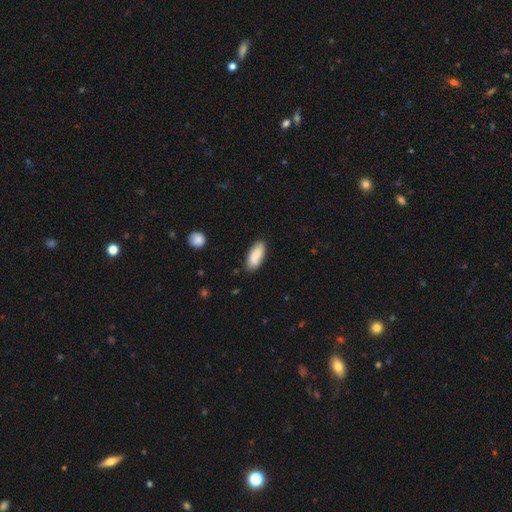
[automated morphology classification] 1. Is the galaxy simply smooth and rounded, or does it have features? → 81% smooth, 13% featured or disk, 6% star or artifact.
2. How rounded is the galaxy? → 83% in between, 15% cigar-shaped, 2% round.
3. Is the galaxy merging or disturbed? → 81% none, 14% minor disturbance, 3% major disturbance, 2% merger.